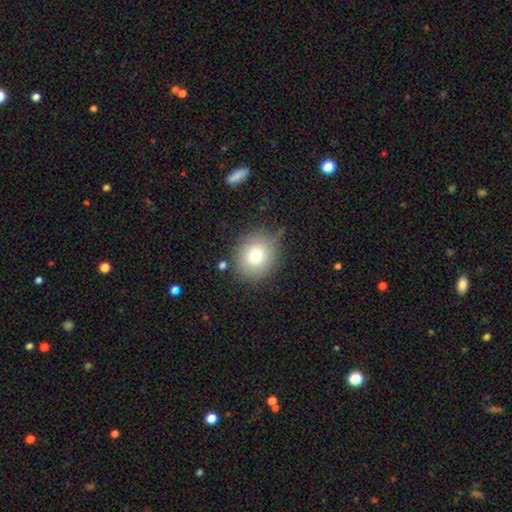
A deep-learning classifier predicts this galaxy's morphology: A smooth galaxy with no disk features (75%) that is round (77%).

Vote fractions:
- Smooth or featured? smooth: 75% / featured or disk: 13% / star or artifact: 12%
- How rounded? round: 77% / in between: 22% / cigar-shaped: 1%
- Merging? none: 79% / minor disturbance: 14% / major disturbance: 5% / merger: 3%